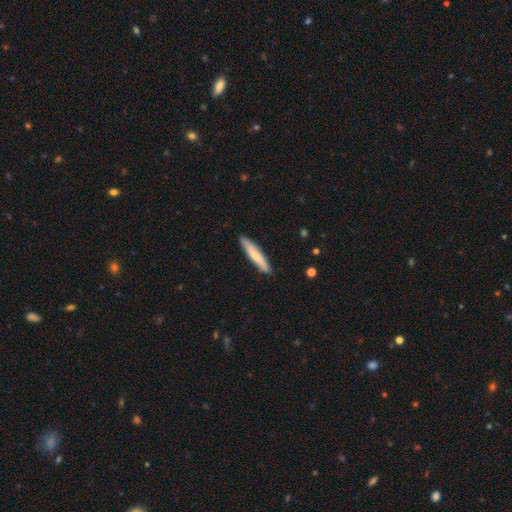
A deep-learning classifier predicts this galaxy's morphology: A smooth galaxy with no disk features (67%) that is cigar-shaped (89%). Merging: none (87%).